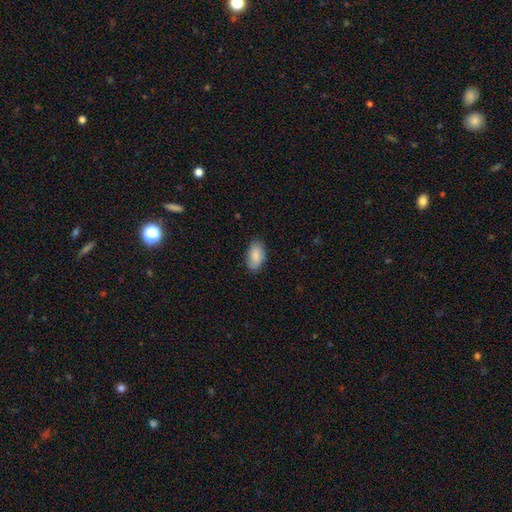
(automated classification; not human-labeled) Morphology: type=smooth (82%); roundness=in between (93%); merging=none (81%).